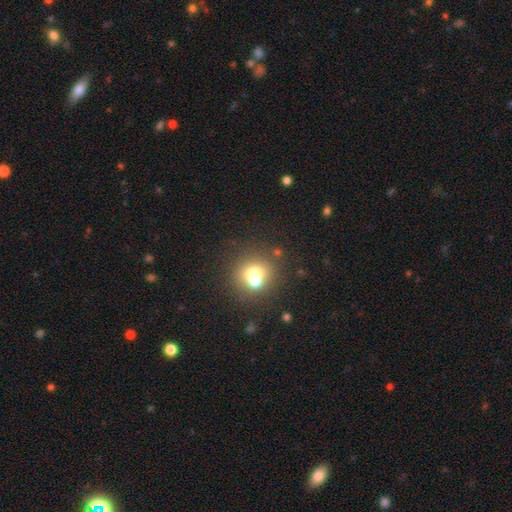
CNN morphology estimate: smooth_or_featured: smooth (p=0.55) [alt: star or artifact p=0.38]
how_rounded: round (p=0.90) [alt: in between p=0.09]
merging: none (p=0.89) [alt: minor disturbance p=0.06]